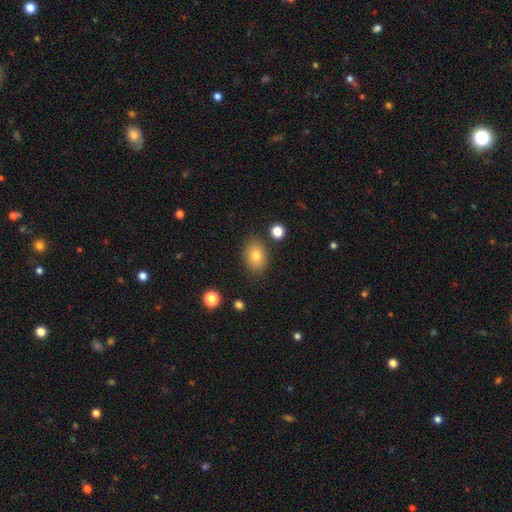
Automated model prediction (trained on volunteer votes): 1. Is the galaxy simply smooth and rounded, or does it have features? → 79% smooth, 11% featured or disk, 10% star or artifact.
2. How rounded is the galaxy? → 64% in between, 35% round, 1% cigar-shaped.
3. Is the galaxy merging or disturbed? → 83% none, 11% minor disturbance, 3% merger, 3% major disturbance.